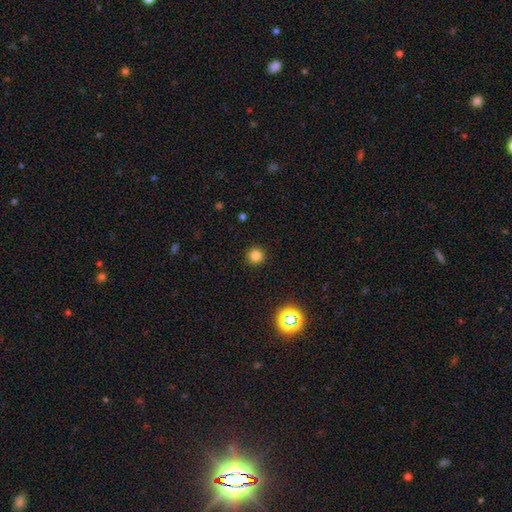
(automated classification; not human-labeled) The model was most divided on "smooth or featured": smooth: 80%, star or artifact: 15%, featured or disk: 5%. More confident: how rounded — round (95%); merging — none (92%).